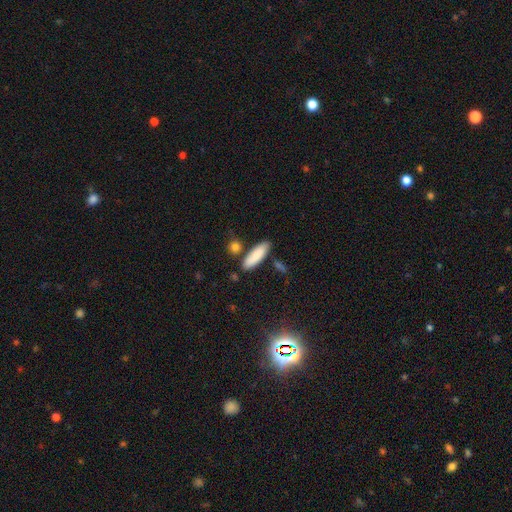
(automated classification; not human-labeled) Overall: smooth (86%). How rounded: in between (52%; cigar-shaped 46%). Merging: none (79%).